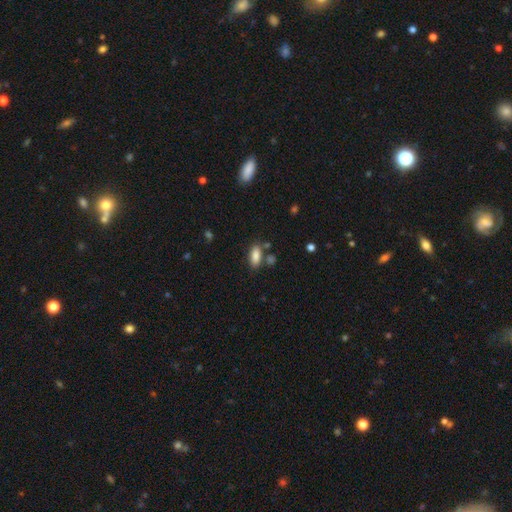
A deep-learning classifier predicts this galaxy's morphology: type=smooth (86%); roundness=in between (87%); merging=none (74%).